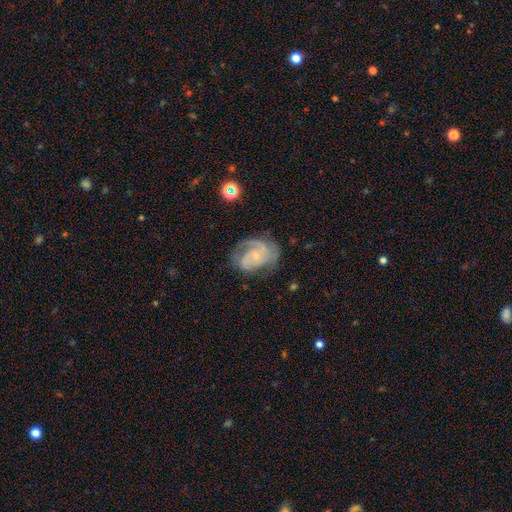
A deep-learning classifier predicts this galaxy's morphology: A featured or disk galaxy (83%) with no bar (65%), 2 (55%) tight (47%) spiral arms (95%) and a small central bulge (75%).

Vote fractions:
- Smooth or featured? featured or disk: 83% / smooth: 11% / star or artifact: 6%
- Edge-on disk? no: 98% / yes: 2%
- Bar? no: 65% / weak: 29% / strong: 6%
- Spiral arms? yes: 95% / no: 5%
- Spiral winding? tight: 47% / medium: 42% / loose: 12%
- Spiral arm count? 2: 55% / can't tell: 16% / 3: 14% / 1: 8% / 4: 3% / more than 4: 3%
- Bulge size? small: 75% / moderate: 18% / none: 5% / large: 1% / dominant: 1%
- Merging? none: 63% / minor disturbance: 22% / major disturbance: 13% / merger: 2%